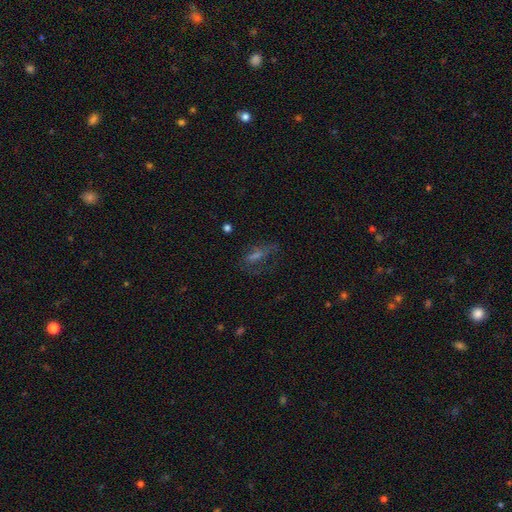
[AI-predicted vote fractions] smooth 39%, featured or disk 36%, star or artifact 25%. Down the decision tree: merging — none (50%).